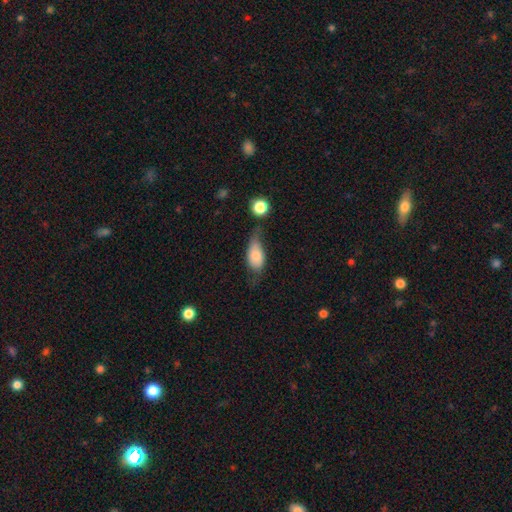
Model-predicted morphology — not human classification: This is likely a smooth galaxy (75%). How rounded: clearly in between (87%). Merging: marginally minor disturbance (35%).